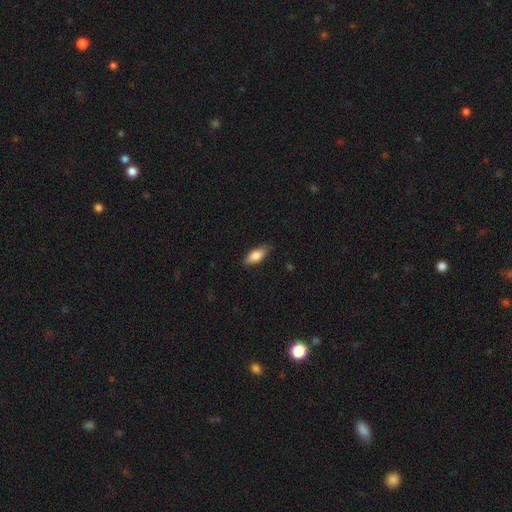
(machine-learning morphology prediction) Q: Smooth or featured?
A: smooth (79%); runner-up: featured or disk (15%)
Q: How rounded?
A: in between (82%); runner-up: cigar-shaped (15%)
Q: Merging?
A: none (81%); runner-up: minor disturbance (15%)